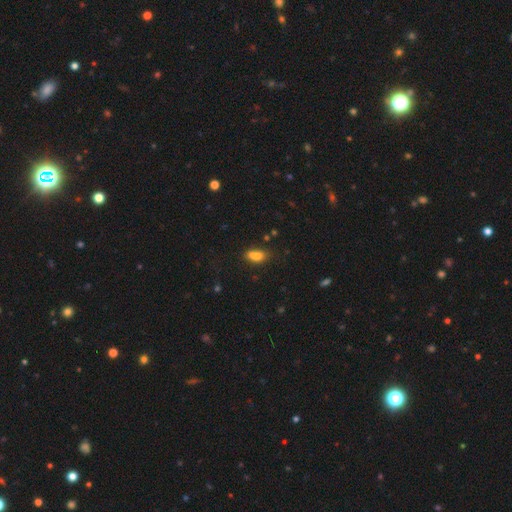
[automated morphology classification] Smooth or featured? smooth (77%)
How rounded? in between (78%)
Merging? none (48%)